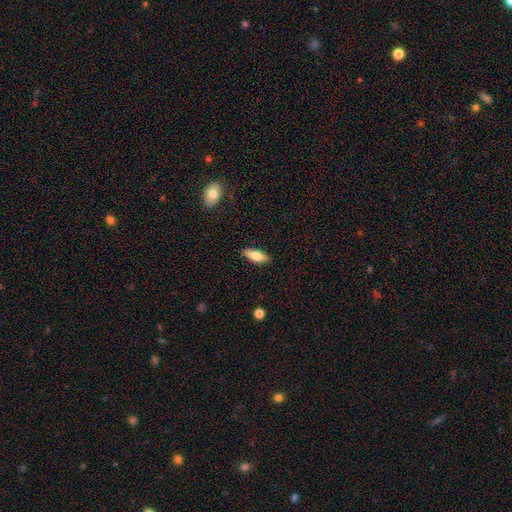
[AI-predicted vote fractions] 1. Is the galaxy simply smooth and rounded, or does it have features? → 75% smooth, 19% featured or disk, 6% star or artifact.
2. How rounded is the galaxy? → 70% in between, 28% cigar-shaped, 2% round.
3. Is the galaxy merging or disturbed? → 88% none, 9% minor disturbance, 2% major disturbance, 1% merger.